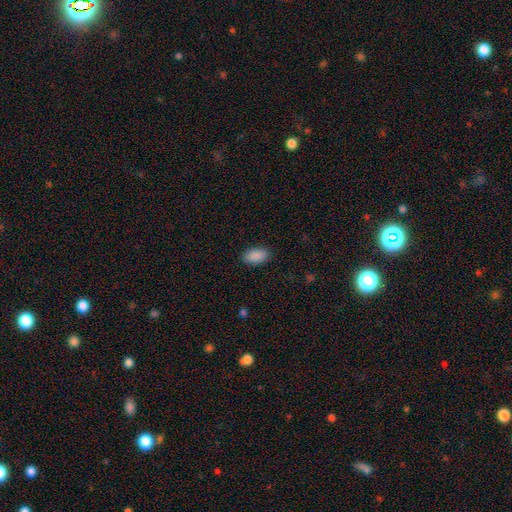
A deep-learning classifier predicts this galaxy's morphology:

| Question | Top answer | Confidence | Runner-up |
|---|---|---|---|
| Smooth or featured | smooth | 90% | star or artifact (7%) |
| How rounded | in between | 94% | round (4%) |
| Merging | none | 88% | minor disturbance (9%) |